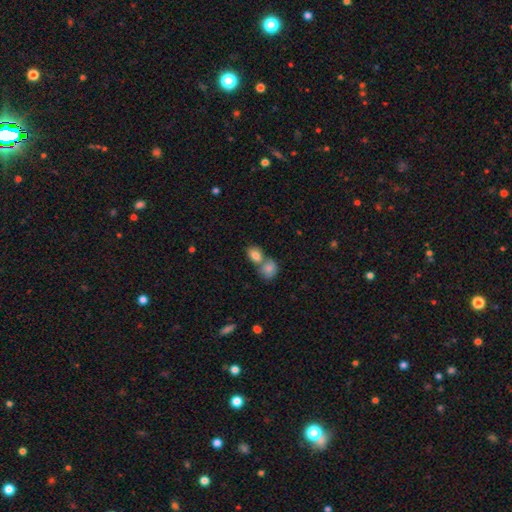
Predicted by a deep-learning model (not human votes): This is clearly a smooth galaxy (83%). How rounded: likely in between (72%). Merging: possibly merger (58%).